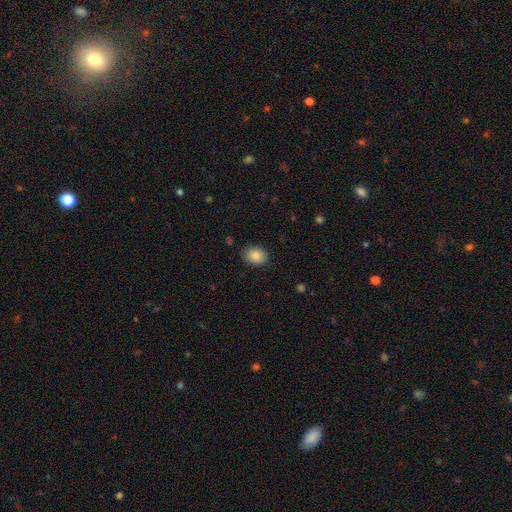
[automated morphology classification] This appears to be a smooth galaxy with no disk features (87%) that is in between round and cigar-shaped (60%). Merging: none (86%).